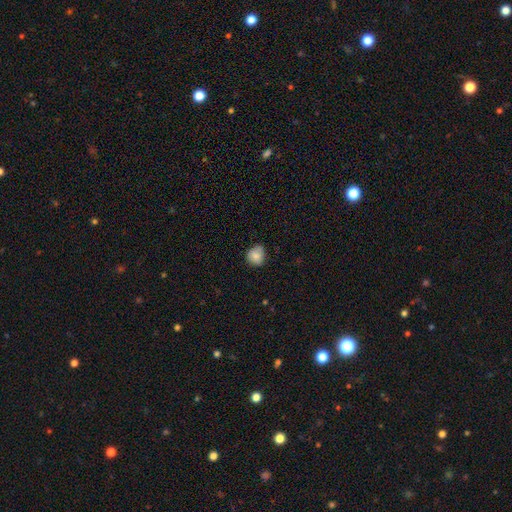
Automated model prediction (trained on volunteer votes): Morphology: type=smooth (83%); roundness=round (79%); merging=none (68%).